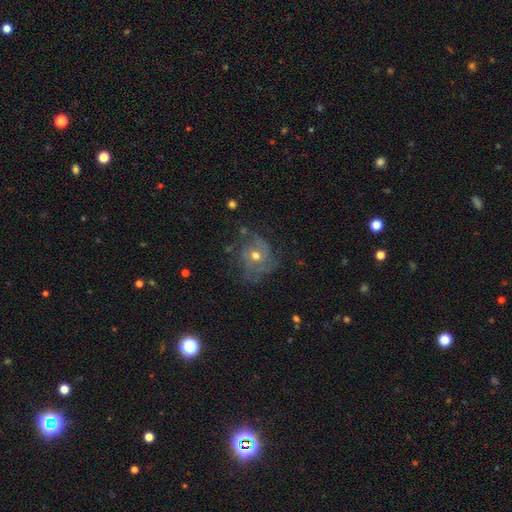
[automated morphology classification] Smooth or featured?
  - featured or disk: 66% *
  - smooth: 24%
  - star or artifact: 10%
Edge-on disk?
  - no: 97% *
  - yes: 3%
Bar?
  - no: 83% *
  - weak: 15%
  - strong: 3%
Spiral arms?
  - yes: 78% *
  - no: 22%
Bulge size?
  - moderate: 71% *
  - small: 23%
  - large: 4%
  - none: 1%
  - dominant: 1%
Merging?
  - none: 60% *
  - minor disturbance: 22%
  - major disturbance: 15%
  - merger: 2%